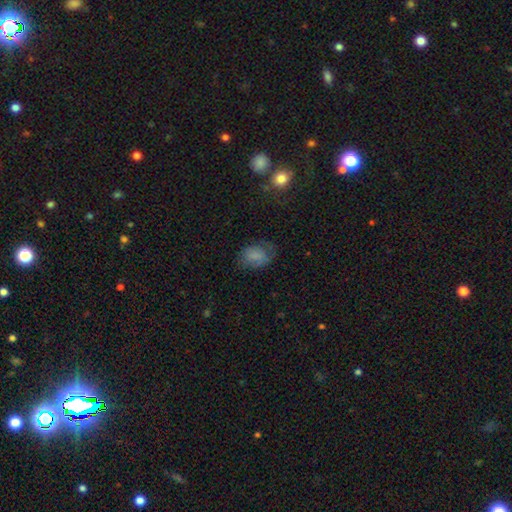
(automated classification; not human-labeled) Smooth or featured?
  - smooth: 71% *
  - featured or disk: 17%
  - star or artifact: 11%
How rounded?
  - in between: 71% *
  - round: 28%
  - cigar-shaped: 1%
Merging?
  - none: 58% *
  - minor disturbance: 26%
  - major disturbance: 14%
  - merger: 2%